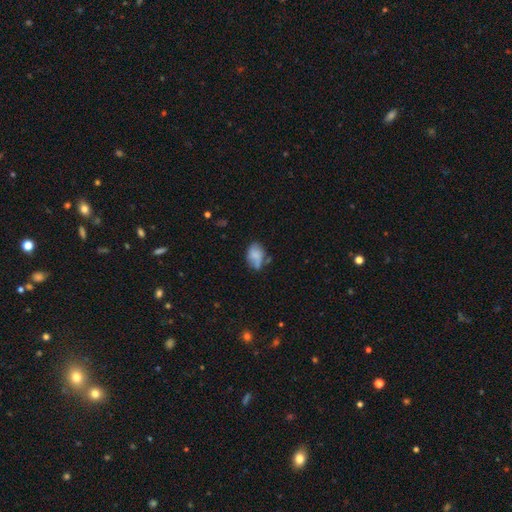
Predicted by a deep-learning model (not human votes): Smooth or featured? smooth (73%)
How rounded? in between (83%)
Merging? none (45%)